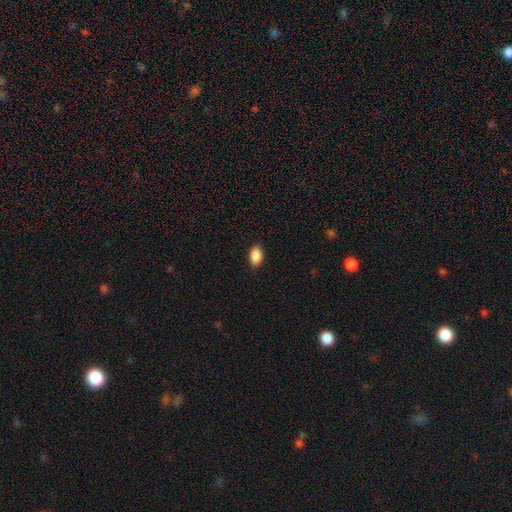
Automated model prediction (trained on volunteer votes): smooth 89%, star or artifact 7%, featured or disk 3%. Down the decision tree: how rounded — in between (92%); merging — none (88%).